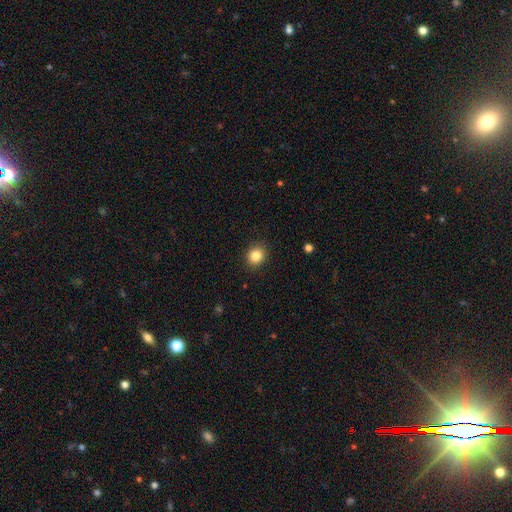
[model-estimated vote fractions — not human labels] A smooth galaxy with no disk features (85%) that is round (73%). Merging: none (90%).